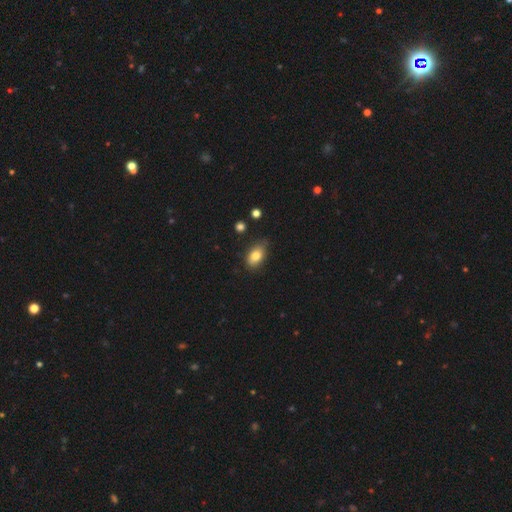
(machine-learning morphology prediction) A smooth galaxy with no disk features (80%) that is in between round and cigar-shaped (88%).

Vote fractions:
- Smooth or featured? smooth: 80% / featured or disk: 12% / star or artifact: 8%
- How rounded? in between: 88% / round: 10% / cigar-shaped: 3%
- Merging? none: 72% / minor disturbance: 22% / major disturbance: 4% / merger: 2%